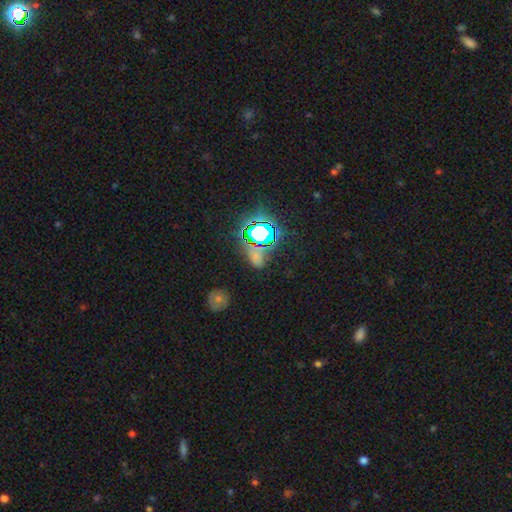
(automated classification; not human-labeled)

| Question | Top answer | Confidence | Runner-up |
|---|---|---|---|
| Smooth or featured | star or artifact | 56% | smooth (34%) |